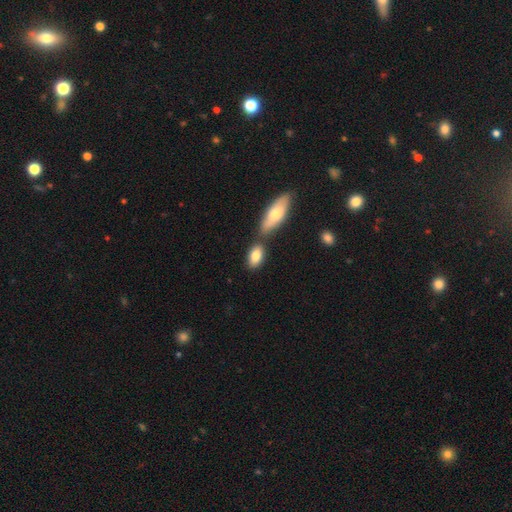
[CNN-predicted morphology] smooth 81%, featured or disk 13%, star or artifact 6%. Down the decision tree: how rounded — in between (89%); merging — none (60%).